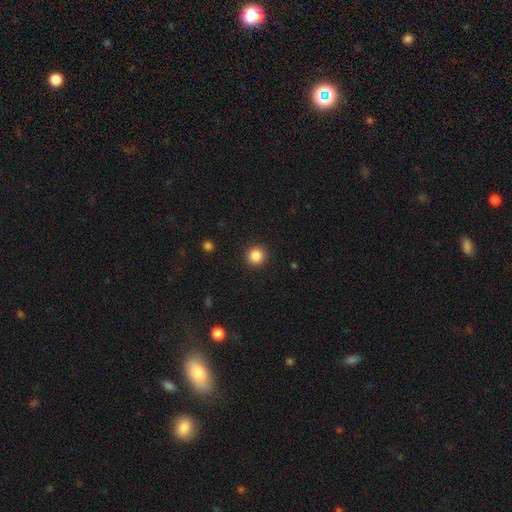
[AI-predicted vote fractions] Overall: smooth (86%). How rounded: round (94%). Merging: none (92%).